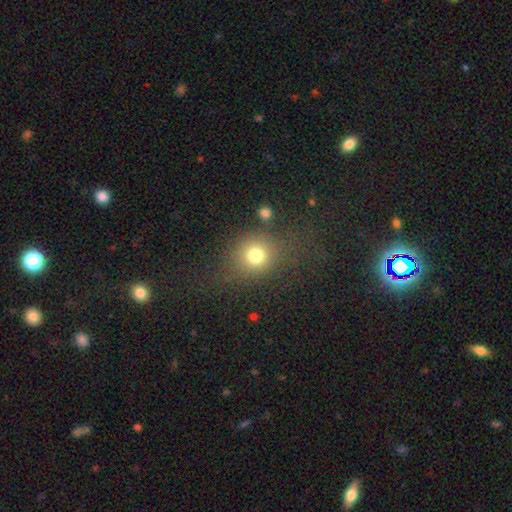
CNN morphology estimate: smooth_or_featured: smooth (p=0.75) [alt: star or artifact p=0.15]
how_rounded: round (p=0.76) [alt: in between p=0.22]
merging: none (p=0.68) [alt: minor disturbance p=0.15]